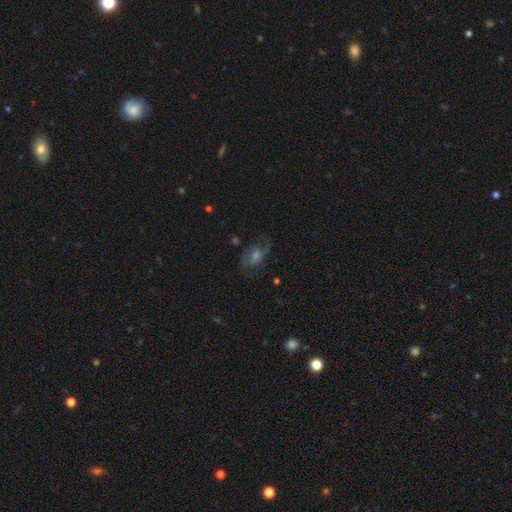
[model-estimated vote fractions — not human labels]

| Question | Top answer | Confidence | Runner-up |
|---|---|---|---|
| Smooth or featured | featured or disk | 57% | smooth (23%) |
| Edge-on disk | no | 94% | yes (6%) |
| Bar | no | 65% | weak (29%) |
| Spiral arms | yes | 85% | no (15%) |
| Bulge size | moderate | 50% | small (28%) |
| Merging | none | 72% | minor disturbance (16%) |